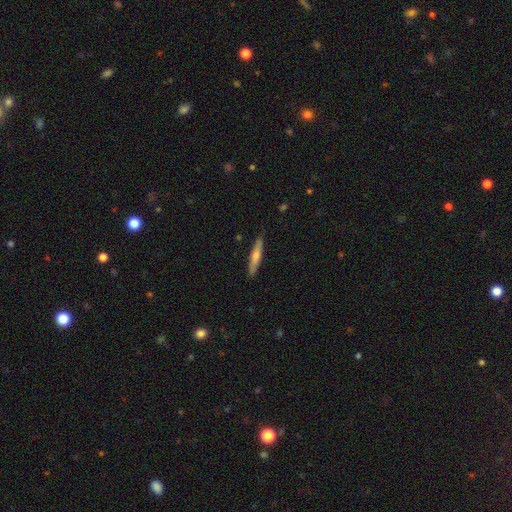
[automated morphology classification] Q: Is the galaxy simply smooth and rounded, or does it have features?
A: featured or disk — 48%.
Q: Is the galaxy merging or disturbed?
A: none — 88%.